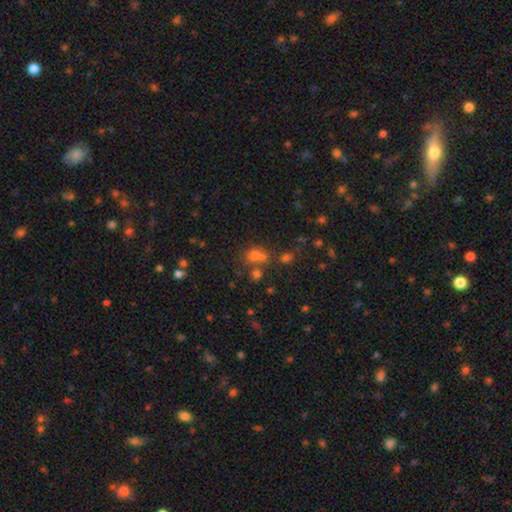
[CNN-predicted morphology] This is possibly a smooth galaxy (58%). How rounded: likely round (68%). Merging: possibly none (47%).